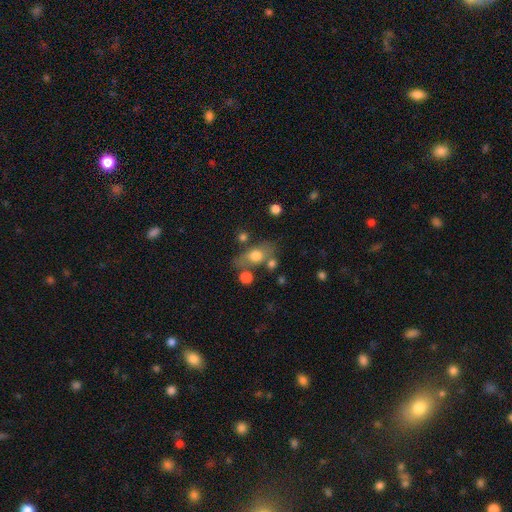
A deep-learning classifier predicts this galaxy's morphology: smooth_or_featured: smooth (p=0.69) [alt: featured or disk p=0.22]
how_rounded: in between (p=0.69) [alt: round p=0.24]
merging: none (p=0.59) [alt: minor disturbance p=0.18]